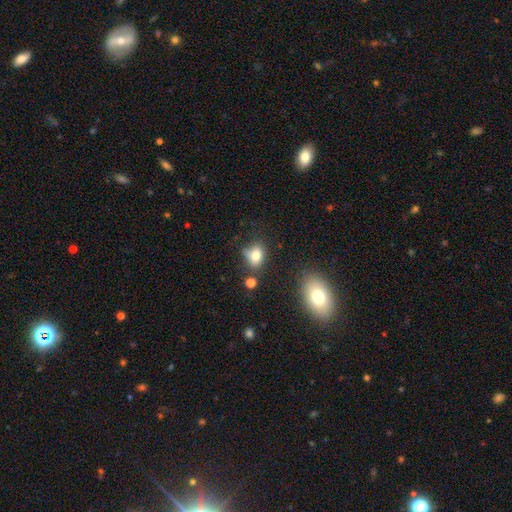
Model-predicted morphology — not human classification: smooth 77%, star or artifact 12%, featured or disk 11%. Down the decision tree: how rounded — in between (67%); merging — none (50%).